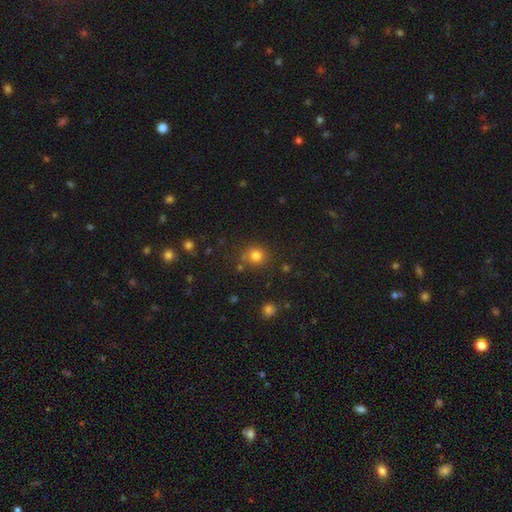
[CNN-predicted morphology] smooth 79%, star or artifact 15%, featured or disk 6%. Down the decision tree: how rounded — round (88%); merging — none (76%).